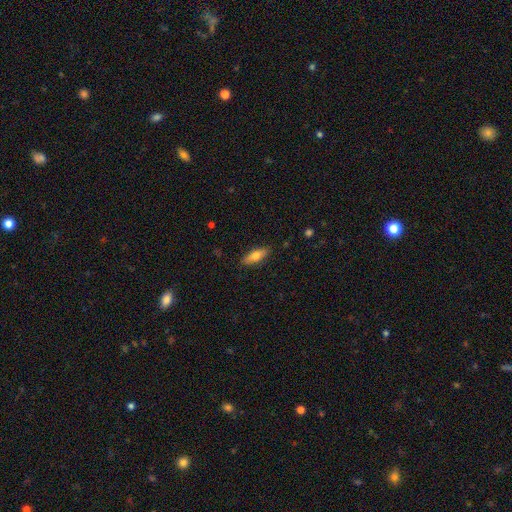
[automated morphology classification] Smooth or featured: smooth — 67% (featured or disk — 26%)
How rounded: in between — 60% (cigar-shaped — 37%)
Merging: none — 86% (minor disturbance — 10%)